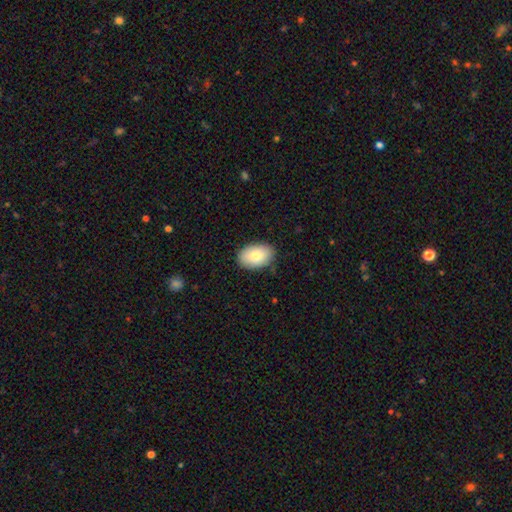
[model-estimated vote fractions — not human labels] A smooth galaxy with no disk features (83%) that is in between round and cigar-shaped (91%). Merging: none (85%).